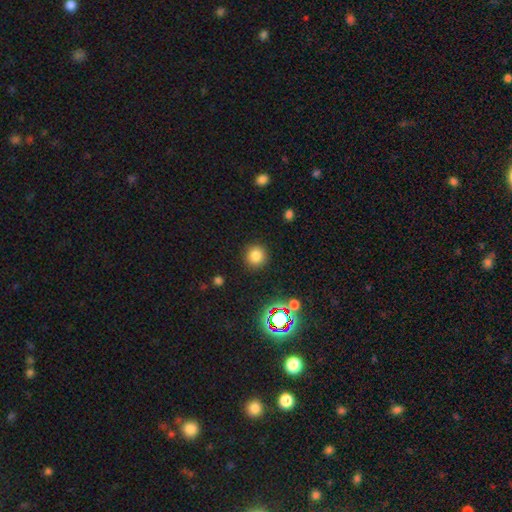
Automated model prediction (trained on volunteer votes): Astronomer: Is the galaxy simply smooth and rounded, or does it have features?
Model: smooth — 79%.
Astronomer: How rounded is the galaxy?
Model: round — 93%.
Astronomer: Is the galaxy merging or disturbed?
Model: none — 90%.